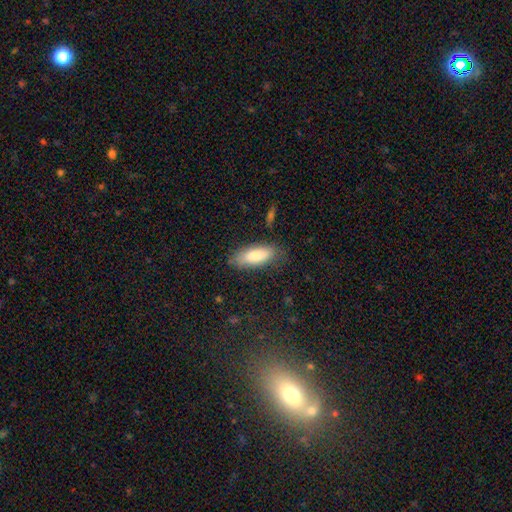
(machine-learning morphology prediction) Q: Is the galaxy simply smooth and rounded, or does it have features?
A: smooth — 82%.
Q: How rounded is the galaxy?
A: in between — 74%.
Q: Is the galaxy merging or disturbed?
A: none — 76%.